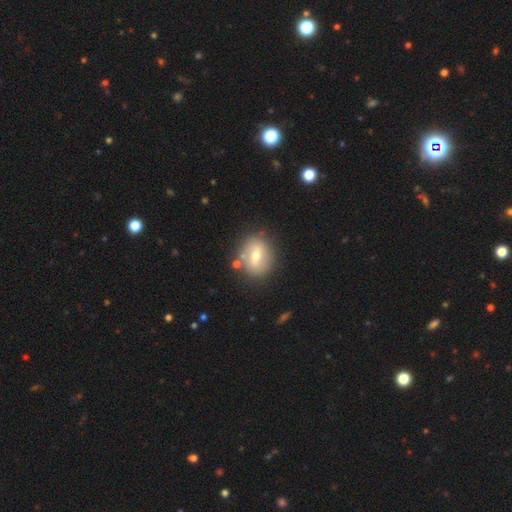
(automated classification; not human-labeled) smooth_or_featured: smooth (p=0.53) [alt: featured or disk p=0.39]
how_rounded: round (p=0.59) [alt: in between p=0.39]
merging: none (p=0.80) [alt: minor disturbance p=0.11]